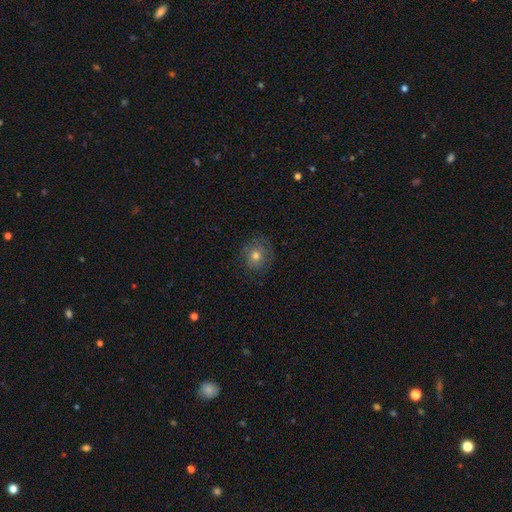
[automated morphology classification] A smooth galaxy with no disk features (70%) that is round (84%).

Vote fractions:
- Smooth or featured? smooth: 70% / featured or disk: 19% / star or artifact: 12%
- How rounded? round: 84% / in between: 15% / cigar-shaped: 1%
- Merging? none: 76% / minor disturbance: 16% / major disturbance: 7% / merger: 1%